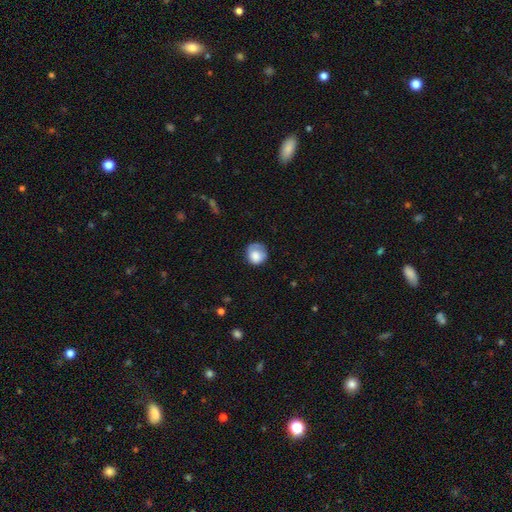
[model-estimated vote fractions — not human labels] This is likely a smooth galaxy (78%). How rounded: clearly round (82%). Merging: possibly none (55%).